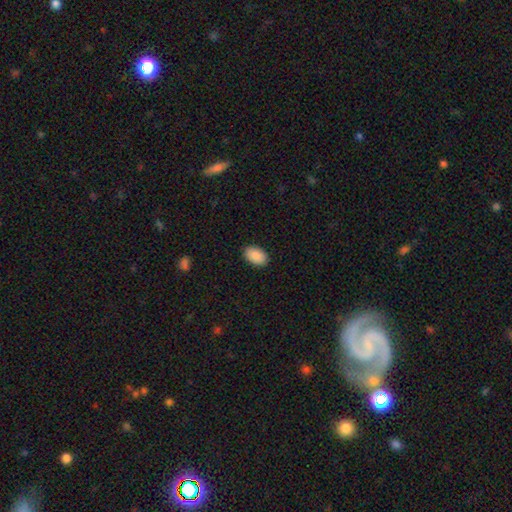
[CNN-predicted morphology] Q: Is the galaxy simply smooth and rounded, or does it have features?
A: smooth — 90%.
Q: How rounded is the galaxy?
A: in between — 91%.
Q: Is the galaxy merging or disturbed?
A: none — 89%.